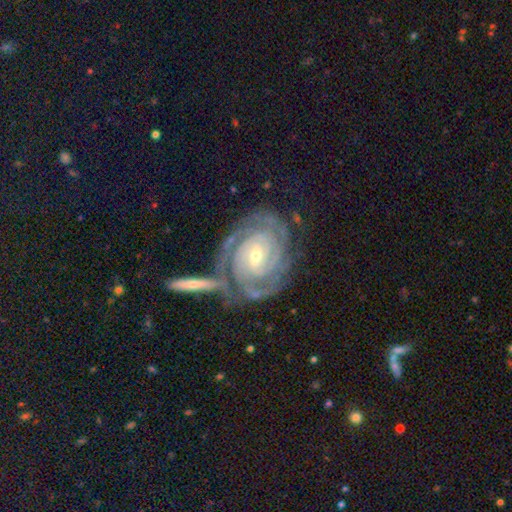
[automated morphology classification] This is clearly a featured or disk galaxy (91%). It is clearly not viewed edge-on (97%). Bar: possibly no (51%). Spiral arm pattern: clearly yes (98%). Spiral arm count: marginally 2 (28%). Spiral winding: clearly tight (83%). Central bulge: likely small (66%). Merging: likely none (61%).